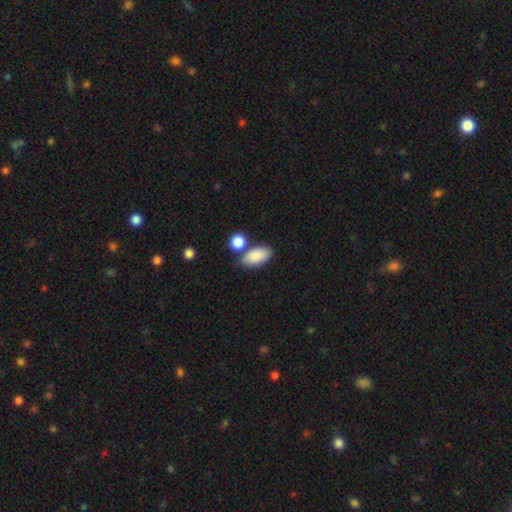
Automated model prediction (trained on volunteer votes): This appears to be a smooth galaxy with no disk features (87%) that is in between round and cigar-shaped (92%). Merging: none (65%).